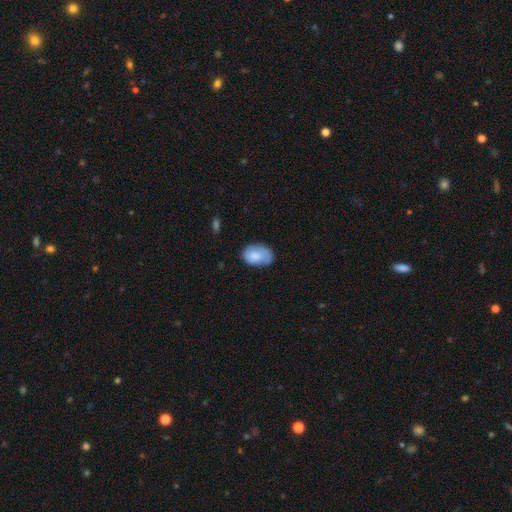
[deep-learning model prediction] smooth_or_featured: smooth (p=0.77) [alt: featured or disk p=0.16]
how_rounded: in between (p=0.87) [alt: round p=0.12]
merging: none (p=0.56) [alt: minor disturbance p=0.32]